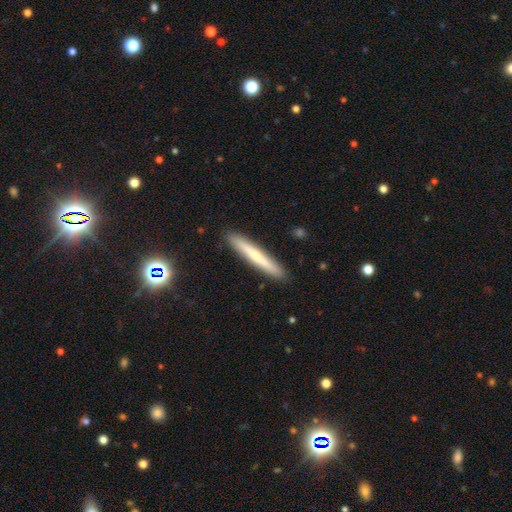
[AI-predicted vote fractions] Q: Smooth or featured?
A: smooth (50%); runner-up: featured or disk (44%)
Q: Merging?
A: none (92%); runner-up: minor disturbance (6%)